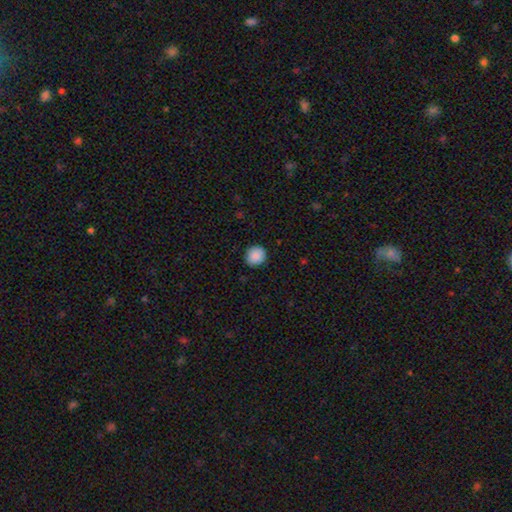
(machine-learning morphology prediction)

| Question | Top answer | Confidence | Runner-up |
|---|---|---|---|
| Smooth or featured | smooth | 89% | star or artifact (8%) |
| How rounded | round | 83% | in between (16%) |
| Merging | none | 89% | minor disturbance (8%) |